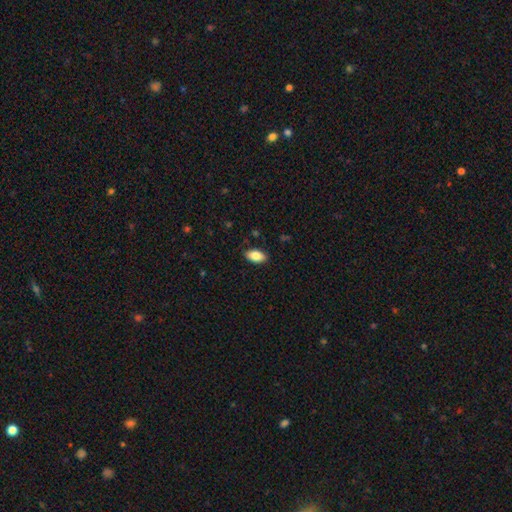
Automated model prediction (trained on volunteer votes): Smooth or featured?
  - smooth: 84% *
  - featured or disk: 9%
  - star or artifact: 7%
How rounded?
  - in between: 93% *
  - round: 4%
  - cigar-shaped: 3%
Merging?
  - none: 86% *
  - minor disturbance: 11%
  - major disturbance: 2%
  - merger: 1%